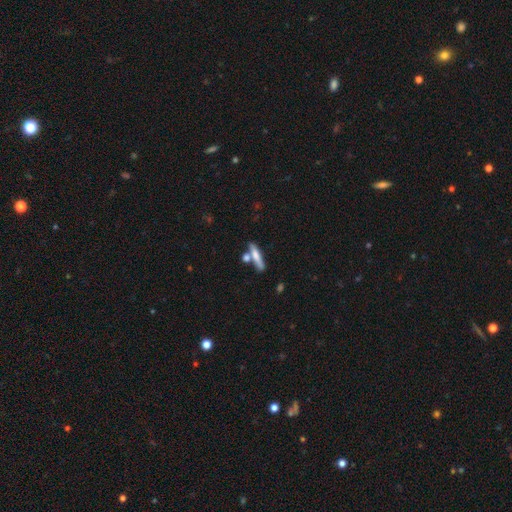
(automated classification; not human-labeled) Smooth or featured? Predicted: smooth (p=0.60). How rounded? Predicted: cigar-shaped (p=0.79). Merging? Predicted: none (p=0.60).